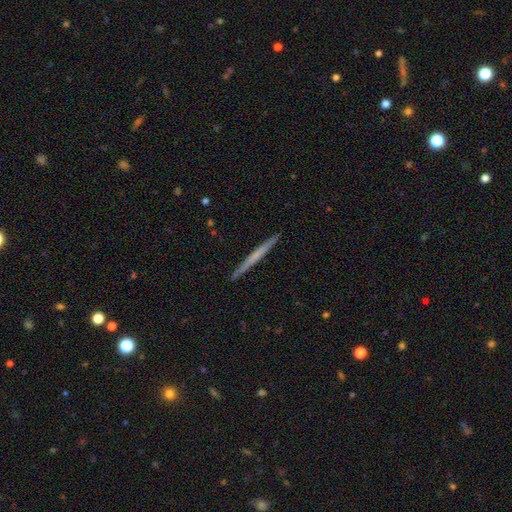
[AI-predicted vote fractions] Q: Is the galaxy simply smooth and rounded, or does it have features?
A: featured or disk — 55%.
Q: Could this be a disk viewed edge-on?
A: yes — 98%.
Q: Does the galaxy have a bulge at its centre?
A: none — 81%.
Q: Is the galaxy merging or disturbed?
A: none — 92%.